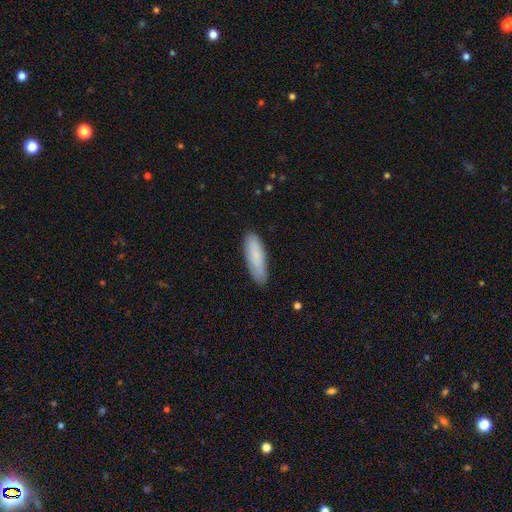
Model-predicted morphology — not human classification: Smooth or featured? smooth (82%)
How rounded? cigar-shaped (54%)
Merging? none (77%)